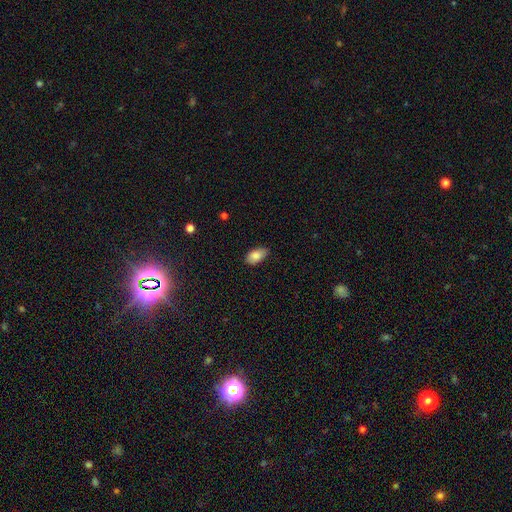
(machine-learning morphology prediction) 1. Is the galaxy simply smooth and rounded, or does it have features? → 84% smooth, 9% featured or disk, 7% star or artifact.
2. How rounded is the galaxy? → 94% in between, 4% round, 3% cigar-shaped.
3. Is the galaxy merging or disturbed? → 77% none, 19% minor disturbance, 3% major disturbance, 1% merger.